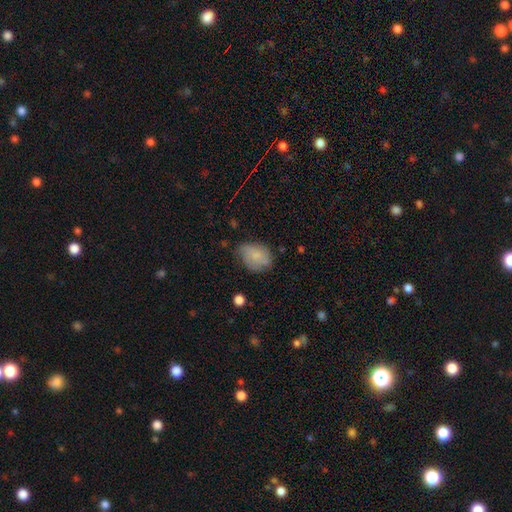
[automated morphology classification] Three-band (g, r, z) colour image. It shows a smooth galaxy with no disk features (71%) that is in between round and cigar-shaped (68%). Merging: none (55%).